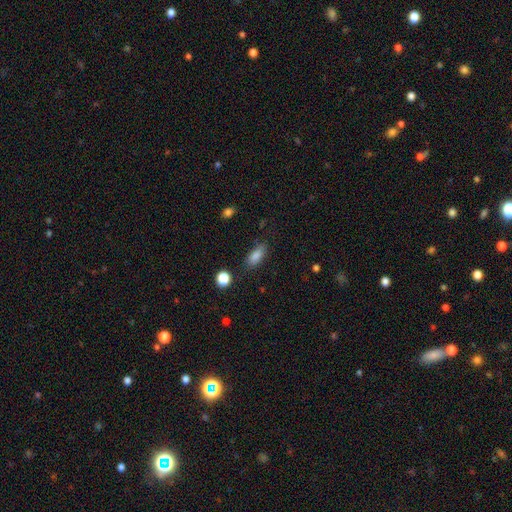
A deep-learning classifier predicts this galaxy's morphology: This is clearly a smooth galaxy (81%). How rounded: likely in between (78%). Merging: likely none (79%).